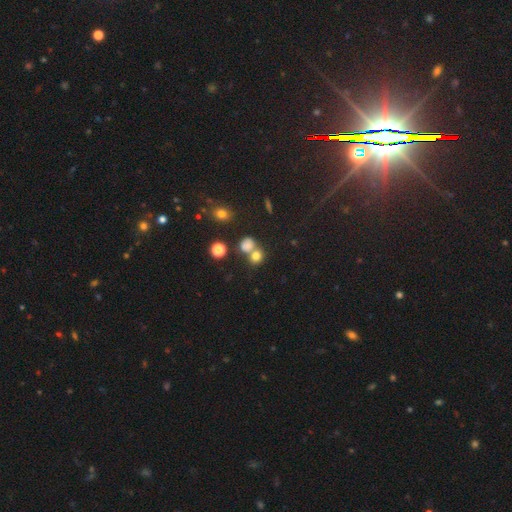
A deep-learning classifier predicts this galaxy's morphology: smooth_or_featured: smooth (p=0.75) [alt: star or artifact p=0.16]
how_rounded: round (p=0.72) [alt: in between p=0.27]
merging: merger (p=0.44) [alt: none p=0.43]